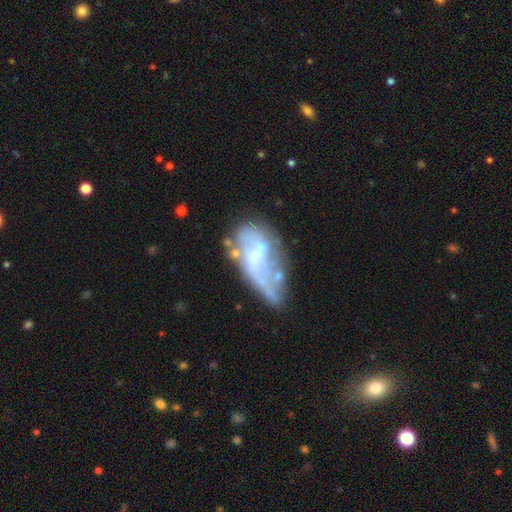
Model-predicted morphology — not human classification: Smooth or featured? featured or disk (66%)
Edge-on disk? no (94%)
Bar? no (63%)
Spiral arms? no (65%)
Bulge size? small (44%)
Merging? none (32%)